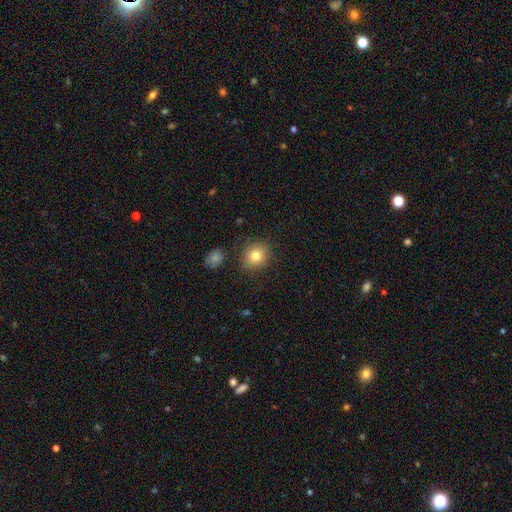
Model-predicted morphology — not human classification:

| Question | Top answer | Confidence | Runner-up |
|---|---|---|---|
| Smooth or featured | smooth | 79% | star or artifact (11%) |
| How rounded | round | 76% | in between (23%) |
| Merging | none | 85% | minor disturbance (10%) |